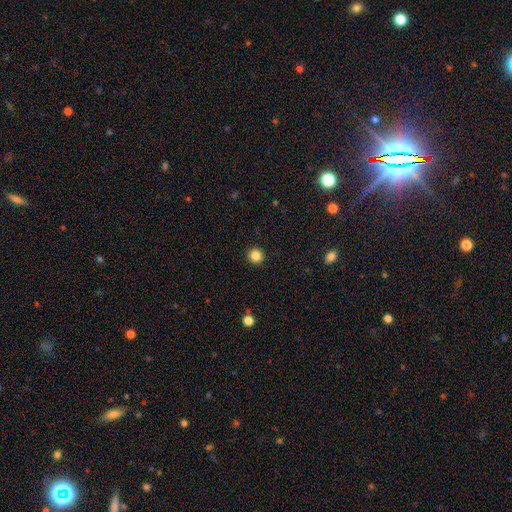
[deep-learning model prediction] Overall: smooth (85%). How rounded: round (95%). Merging: none (93%).